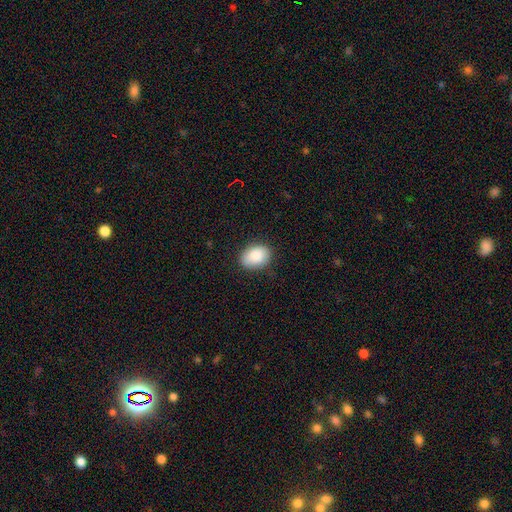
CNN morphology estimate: type=smooth (88%); roundness=in between (76%); merging=none (84%).